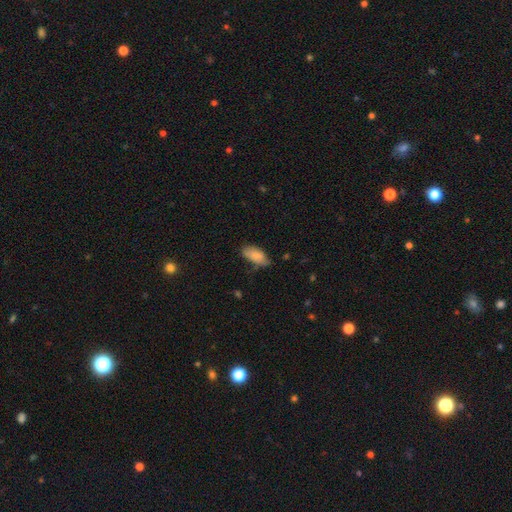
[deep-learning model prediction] Overall: smooth (83%). How rounded: in between (91%). Merging: none (61%; minor disturbance 30%).